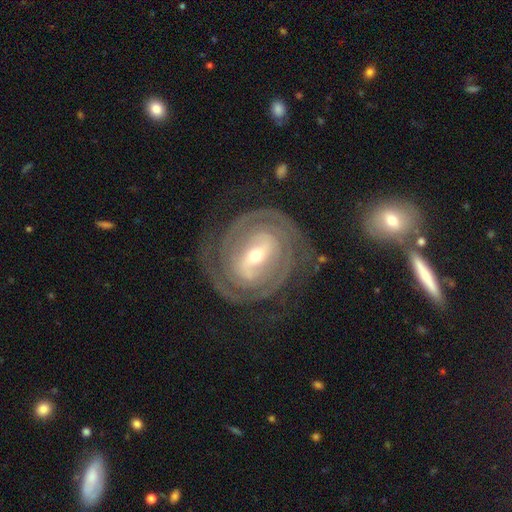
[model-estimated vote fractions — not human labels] Smooth or featured? Predicted: featured or disk (p=0.89). Edge-on disk? Predicted: no (p=0.96). Bar? Predicted: strong (p=0.47). Spiral arms? Predicted: yes (p=0.93). Spiral winding? Predicted: tight (p=0.77). Spiral arm count? Predicted: 2 (p=0.60). Bulge size? Predicted: small (p=0.50). Merging? Predicted: none (p=0.77).